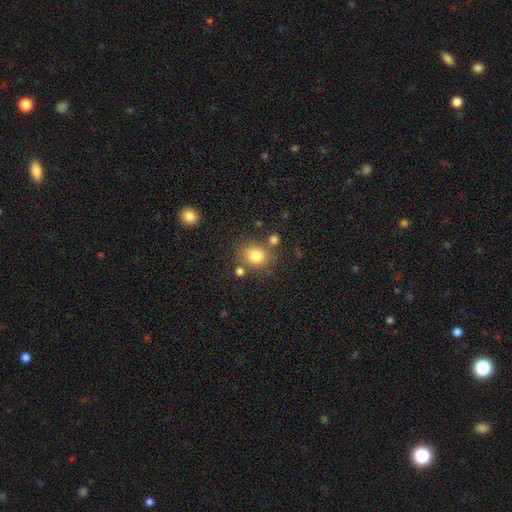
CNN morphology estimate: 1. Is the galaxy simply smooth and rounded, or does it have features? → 80% smooth, 12% star or artifact, 8% featured or disk.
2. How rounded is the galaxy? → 71% round, 28% in between, 1% cigar-shaped.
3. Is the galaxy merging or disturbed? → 73% none, 13% minor disturbance, 10% merger, 5% major disturbance.